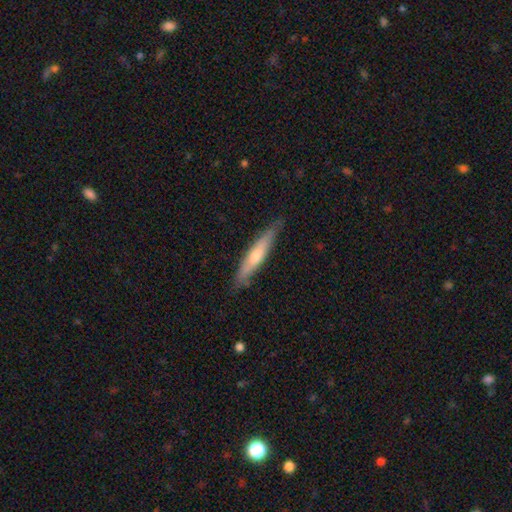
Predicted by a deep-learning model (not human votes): smooth-or-featured: featured or disk: 54% | smooth: 39% | star or artifact: 7%
  disk-edge-on: yes: 90% | no: 10%
  merging: none: 86% | minor disturbance: 11% | major disturbance: 2% | merger: 1%